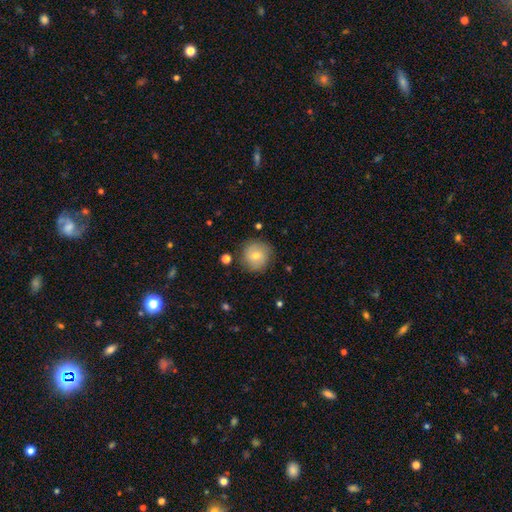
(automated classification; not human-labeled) Overall: smooth (66%). How rounded: round (93%). Merging: none (84%).